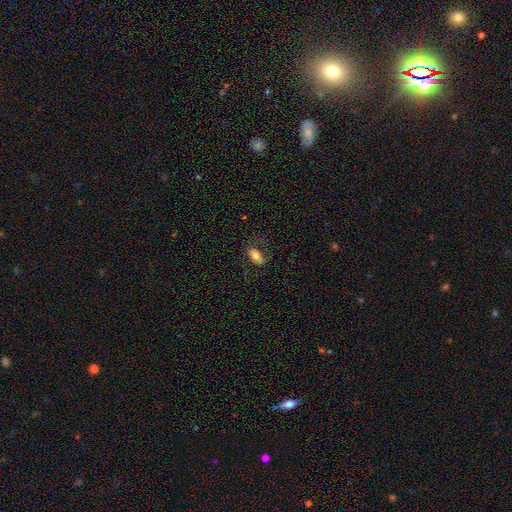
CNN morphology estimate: Smooth or featured?
  - smooth: 71% *
  - featured or disk: 21%
  - star or artifact: 8%
How rounded?
  - in between: 90% *
  - cigar-shaped: 6%
  - round: 5%
Merging?
  - none: 75% *
  - minor disturbance: 15%
  - major disturbance: 9%
  - merger: 1%